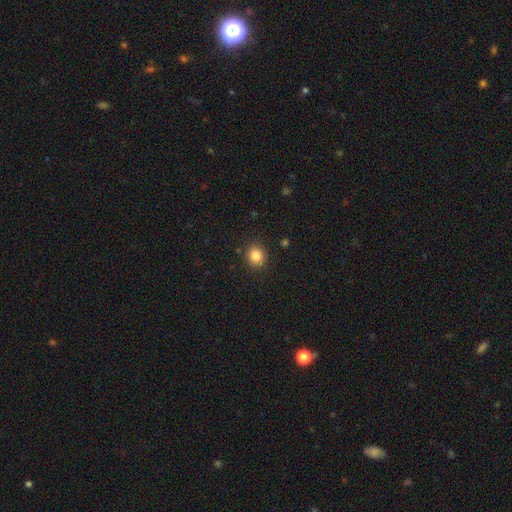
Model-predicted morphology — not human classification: Smooth or featured: smooth — 84% (star or artifact — 11%)
How rounded: round — 78% (in between — 21%)
Merging: none — 89% (minor disturbance — 7%)